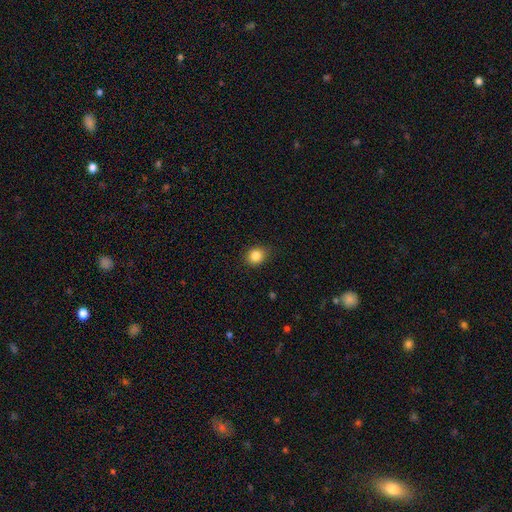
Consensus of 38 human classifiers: Q: Smooth or featured?
A: smooth (100%)
Q: How rounded?
A: round (79%); runner-up: in between (21%)
Q: Merging?
A: none (87%); runner-up: minor disturbance (5%)